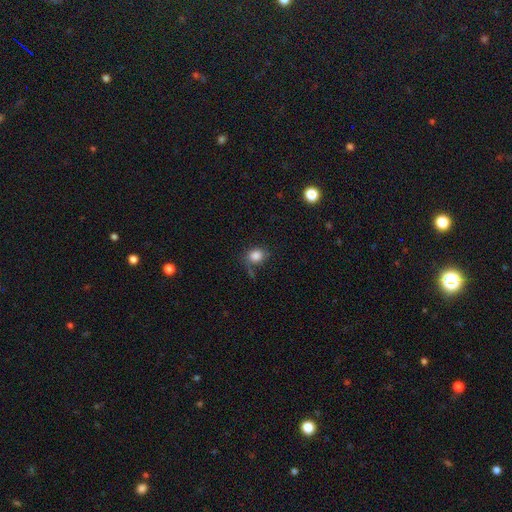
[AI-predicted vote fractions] smooth-or-featured: smooth: 84% | star or artifact: 10% | featured or disk: 6%
  how-rounded: round: 52% | in between: 47% | cigar-shaped: 1%
  merging: none: 62% | minor disturbance: 21% | major disturbance: 9% | merger: 7%